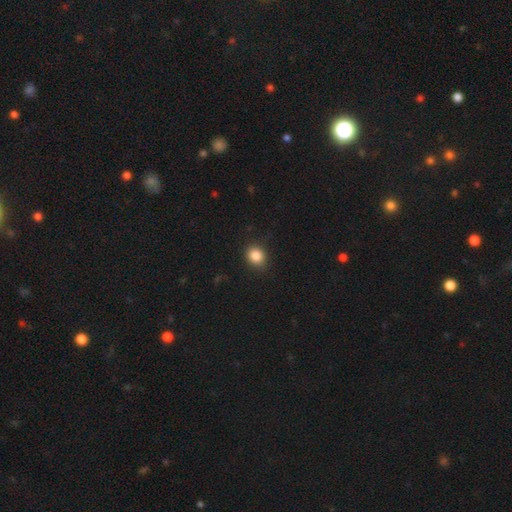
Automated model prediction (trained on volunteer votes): A smooth galaxy with no disk features (86%) that is round (66%). Merging: none (84%).